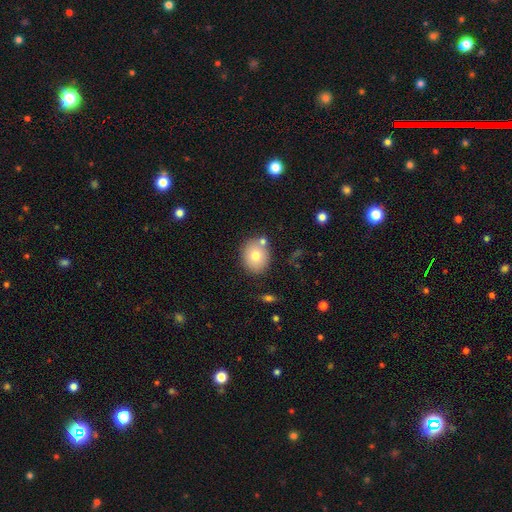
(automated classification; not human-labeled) A smooth galaxy with no disk features (74%) that is round (62%). Merging: none (75%).